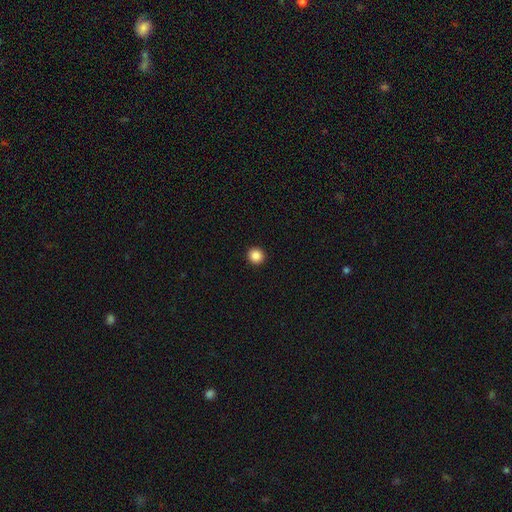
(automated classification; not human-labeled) Overall: smooth (87%). How rounded: round (95%). Merging: none (94%).